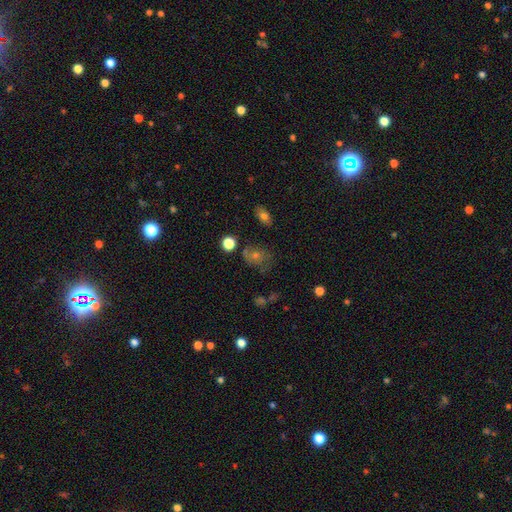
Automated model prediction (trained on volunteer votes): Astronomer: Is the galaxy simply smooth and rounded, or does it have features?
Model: smooth — 46% (runner-up: featured or disk, 28%).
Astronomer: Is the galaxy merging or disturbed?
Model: none — 61%.